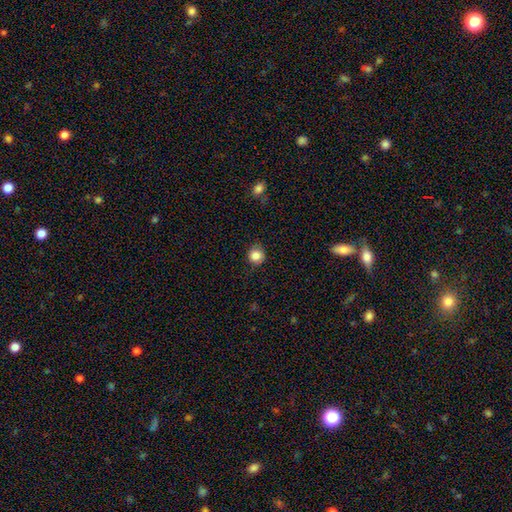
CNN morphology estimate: A smooth galaxy with no disk features (84%) that is round (87%).

Vote fractions:
- Smooth or featured? smooth: 84% / star or artifact: 10% / featured or disk: 6%
- How rounded? round: 87% / in between: 12% / cigar-shaped: 1%
- Merging? none: 82% / minor disturbance: 14% / major disturbance: 3% / merger: 1%